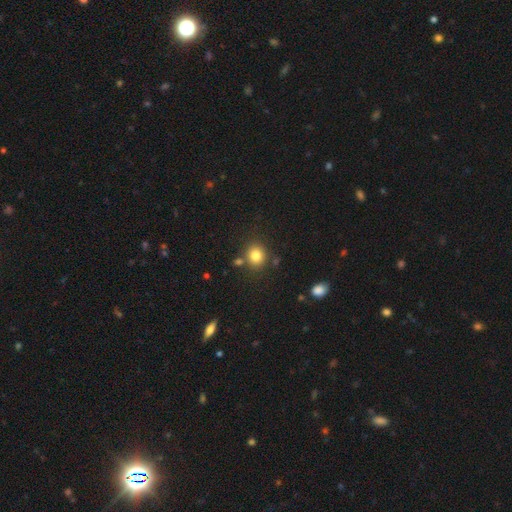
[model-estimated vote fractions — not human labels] This is clearly a smooth galaxy (81%). How rounded: clearly round (80%). Merging: likely none (77%).